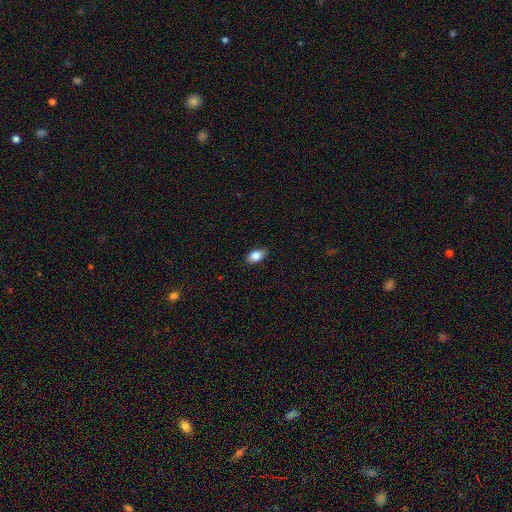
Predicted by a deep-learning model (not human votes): A smooth galaxy with no disk features (85%) that is in between round and cigar-shaped (90%). Merging: none (84%).